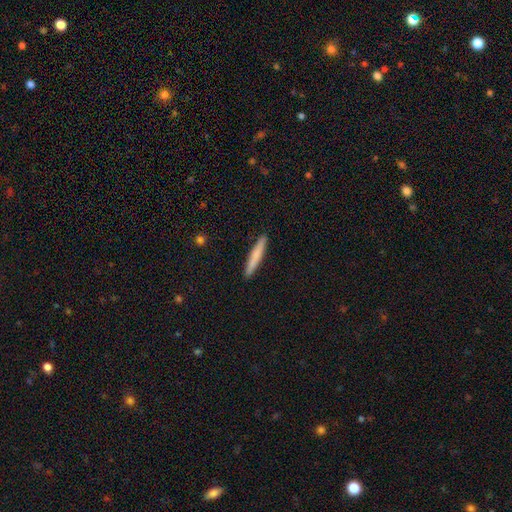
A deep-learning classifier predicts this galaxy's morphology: Smooth or featured? smooth (71%)
How rounded? cigar-shaped (95%)
Merging? none (92%)